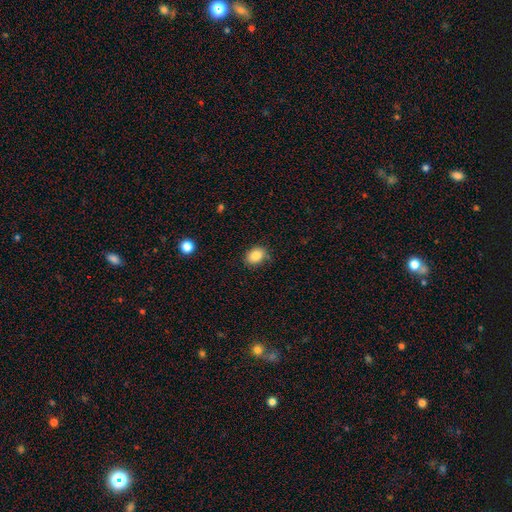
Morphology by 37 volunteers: A smooth galaxy with no disk features (92%) that is in between round and cigar-shaped (56%). Merging: none (73%).